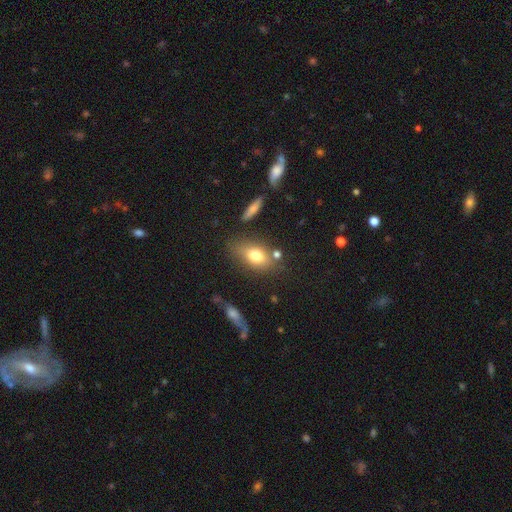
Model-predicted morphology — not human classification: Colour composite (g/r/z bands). It shows a smooth galaxy with no disk features (74%) that is in between round and cigar-shaped (80%). Merging: none (67%).